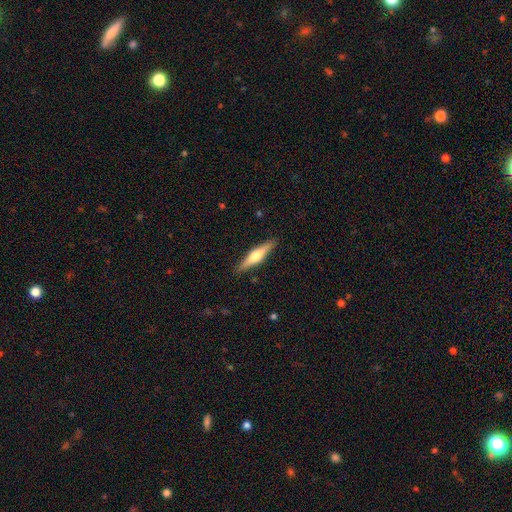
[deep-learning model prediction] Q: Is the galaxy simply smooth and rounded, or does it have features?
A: featured or disk — 56%.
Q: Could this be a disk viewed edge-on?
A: yes — 96%.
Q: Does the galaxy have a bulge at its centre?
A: rounded — 92%.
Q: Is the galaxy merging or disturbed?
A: none — 89%.